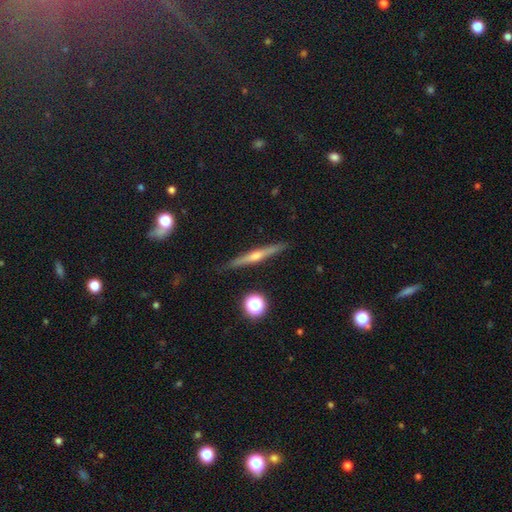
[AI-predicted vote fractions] A featured or disk galaxy (74%) viewed edge-on (98%) with a rounded central bulge (86%). Merging: none (89%).